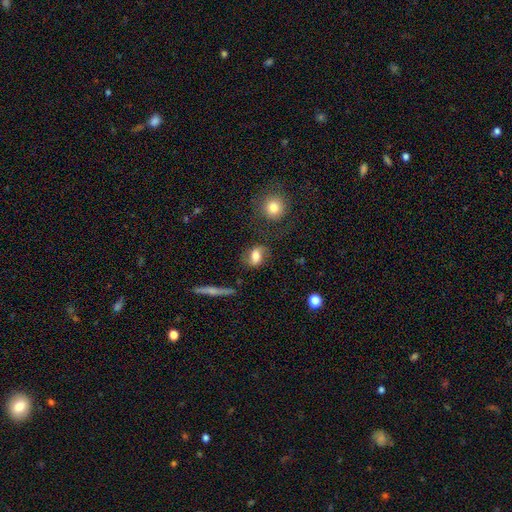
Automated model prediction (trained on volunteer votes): A smooth galaxy with no disk features (60%) that is in between round and cigar-shaped (69%).

Vote fractions:
- Smooth or featured? smooth: 60% / featured or disk: 30% / star or artifact: 9%
- How rounded? in between: 69% / round: 26% / cigar-shaped: 5%
- Merging? none: 68% / minor disturbance: 18% / major disturbance: 8% / merger: 6%